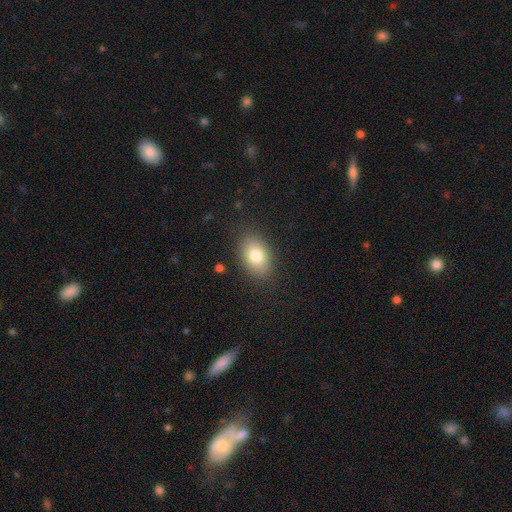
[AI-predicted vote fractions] Q: Smooth or featured?
A: smooth (80%); runner-up: featured or disk (11%)
Q: How rounded?
A: in between (85%); runner-up: round (14%)
Q: Merging?
A: none (85%); runner-up: minor disturbance (11%)